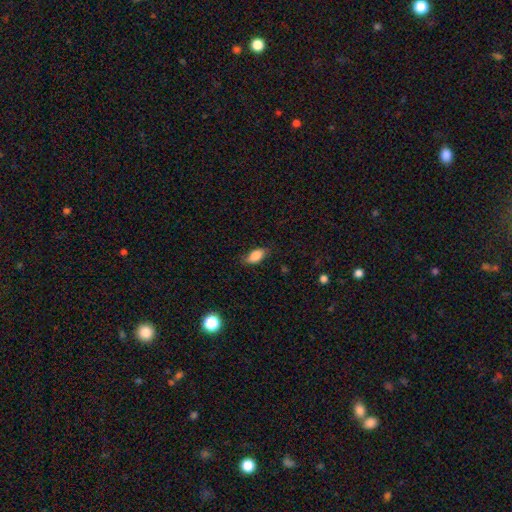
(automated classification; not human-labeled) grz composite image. It shows a smooth galaxy with no disk features (84%) that is in between round and cigar-shaped (89%). Merging: none (76%).